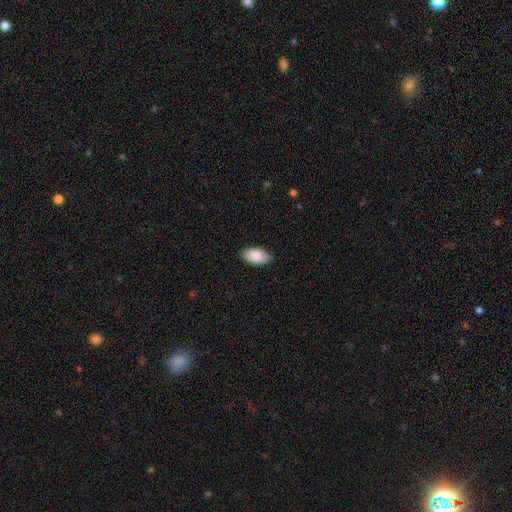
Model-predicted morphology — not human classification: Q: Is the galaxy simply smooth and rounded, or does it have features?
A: smooth — 89%.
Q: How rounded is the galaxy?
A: in between — 95%.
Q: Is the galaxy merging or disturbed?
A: none — 86%.